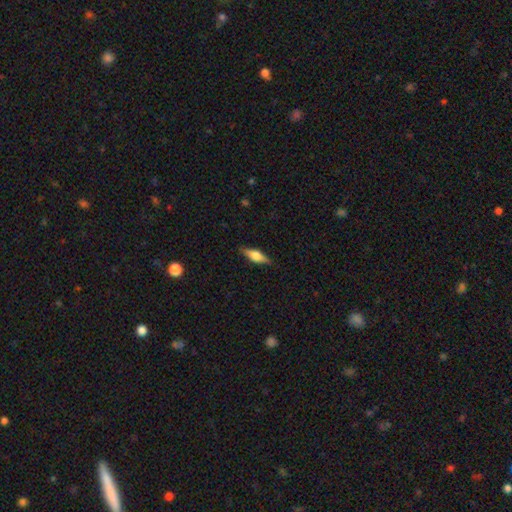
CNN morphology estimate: This appears to be a featured or disk galaxy (52%) viewed edge-on (95%). Merging: none (87%).